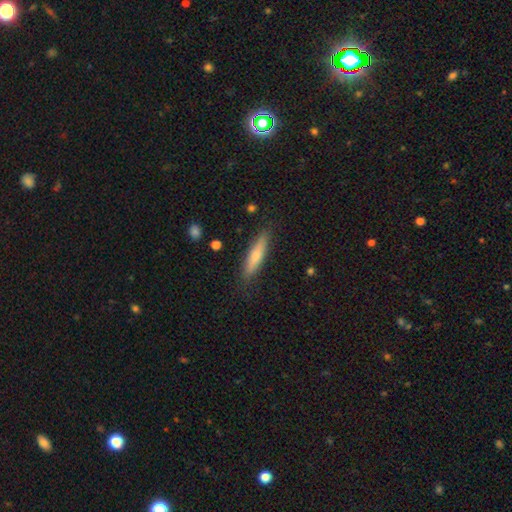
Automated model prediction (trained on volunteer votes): Smooth or featured: smooth — 70% (featured or disk — 24%)
How rounded: cigar-shaped — 81% (in between — 17%)
Merging: none — 85% (minor disturbance — 11%)